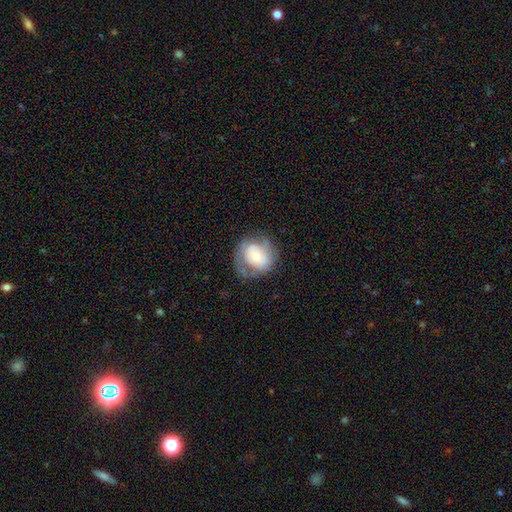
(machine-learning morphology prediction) Smooth or featured?
  - featured or disk: 54% *
  - smooth: 38%
  - star or artifact: 7%
Edge-on disk?
  - no: 96% *
  - yes: 4%
Bar?
  - no: 69% *
  - weak: 23%
  - strong: 8%
Spiral arms?
  - yes: 63% *
  - no: 37%
Bulge size?
  - moderate: 54% *
  - small: 36%
  - large: 7%
  - dominant: 1%
  - none: 1%
Merging?
  - none: 60% *
  - minor disturbance: 22%
  - major disturbance: 16%
  - merger: 1%